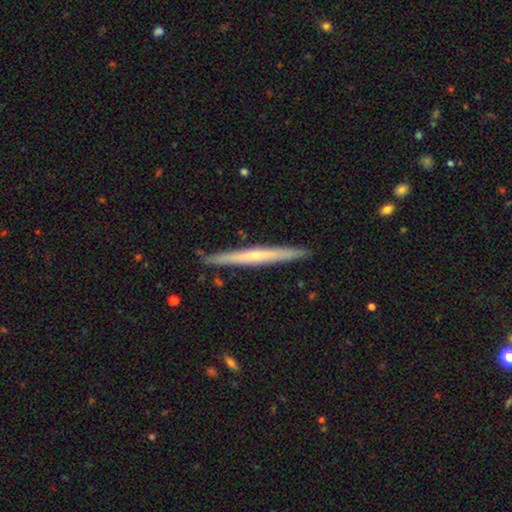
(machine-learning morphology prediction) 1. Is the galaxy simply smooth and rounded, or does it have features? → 60% featured or disk, 35% smooth, 5% star or artifact.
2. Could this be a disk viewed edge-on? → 97% yes, 3% no.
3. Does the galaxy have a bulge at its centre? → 50% none, 46% rounded, 4% boxy.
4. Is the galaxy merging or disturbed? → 90% none, 7% minor disturbance, 1% merger, 1% major disturbance.